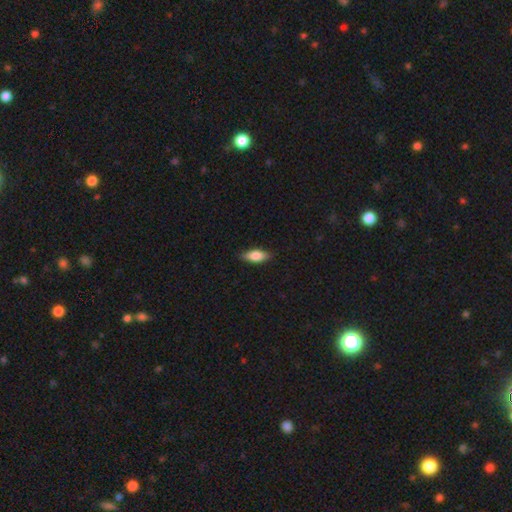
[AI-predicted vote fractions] The model was most divided on "how rounded": in between: 76%, cigar-shaped: 21%, round: 3%. More confident: merging — none (86%); smooth or featured — smooth (75%).